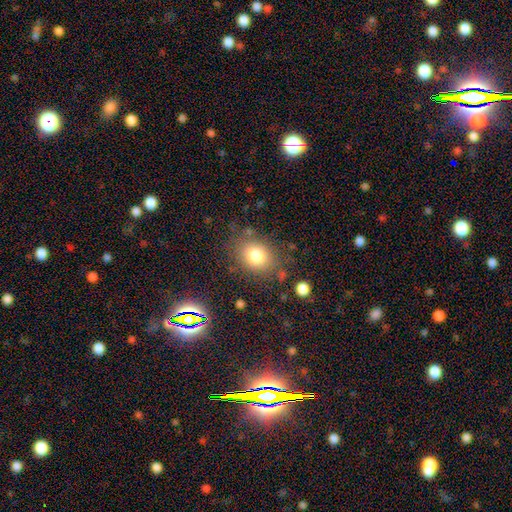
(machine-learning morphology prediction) Smooth or featured? Predicted: smooth (p=0.78). How rounded? Predicted: in between (p=0.50). Merging? Predicted: none (p=0.76).